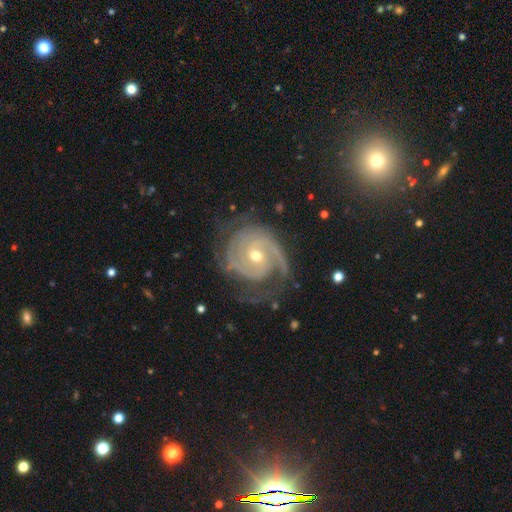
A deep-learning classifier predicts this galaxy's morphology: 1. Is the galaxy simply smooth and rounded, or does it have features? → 91% featured or disk, 5% star or artifact, 5% smooth.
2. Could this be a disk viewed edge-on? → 98% no, 2% yes.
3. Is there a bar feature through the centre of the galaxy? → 60% no, 32% weak, 8% strong.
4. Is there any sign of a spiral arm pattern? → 98% yes, 2% no.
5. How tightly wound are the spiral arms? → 66% tight, 28% medium, 6% loose.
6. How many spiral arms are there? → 40% 2, 23% 3, 18% can't tell, 8% 1, 6% 4, 5% more than 4.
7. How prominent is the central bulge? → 56% moderate, 40% small, 2% large, 1% none, 1% dominant.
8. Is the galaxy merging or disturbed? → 66% none, 20% minor disturbance, 12% major disturbance, 2% merger.